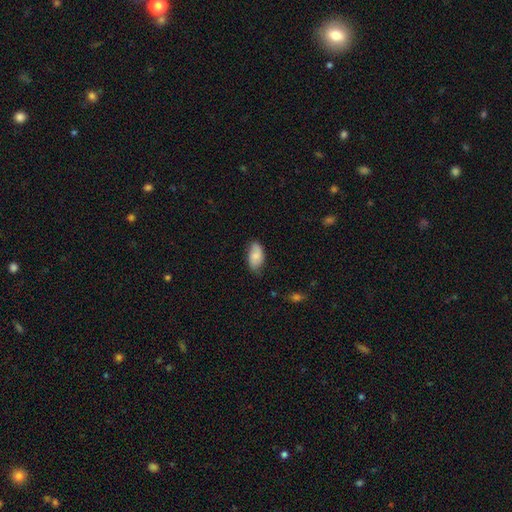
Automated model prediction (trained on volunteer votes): The model was most divided on "merging": none: 71%, minor disturbance: 24%, major disturbance: 4%, merger: 1%. More confident: how rounded — in between (94%); smooth or featured — smooth (77%).